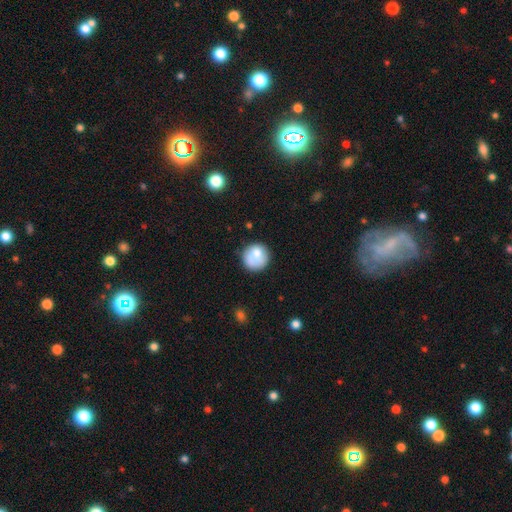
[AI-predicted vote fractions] The model was most divided on "merging": none: 72%, minor disturbance: 18%, major disturbance: 5%, merger: 5%. More confident: how rounded — round (91%); smooth or featured — smooth (78%).